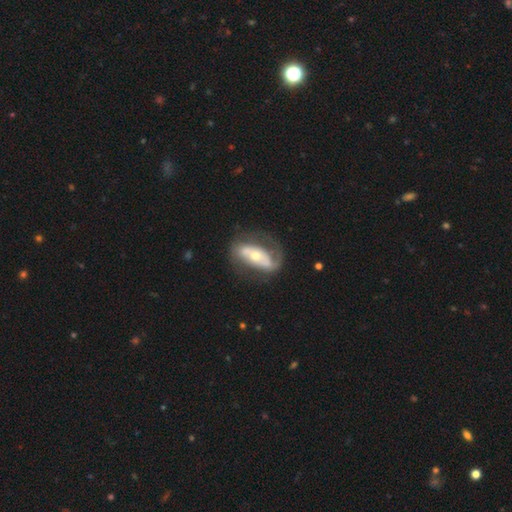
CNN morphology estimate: The model was most divided on "bar": no: 47%, strong: 33%, weak: 20%. More confident: edge-on disk — no (89%); smooth or featured — featured or disk (69%); spiral arms — yes (66%); merging — none (56%); bulge size — moderate (54%).